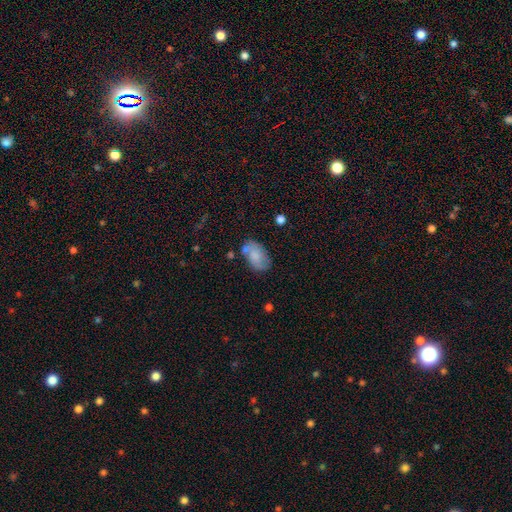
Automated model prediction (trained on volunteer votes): The model was most divided on "merging": none: 59%, minor disturbance: 24%, merger: 10%, major disturbance: 8%. More confident: how rounded — in between (92%); smooth or featured — smooth (67%).